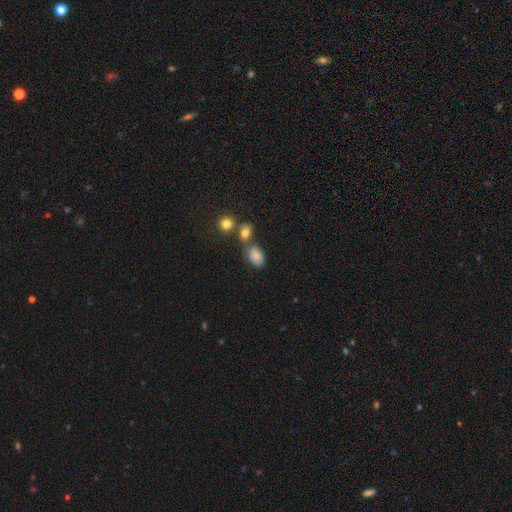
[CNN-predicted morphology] Overall: smooth (82%). How rounded: in between (87%). Merging: none (57%; merger 21%).